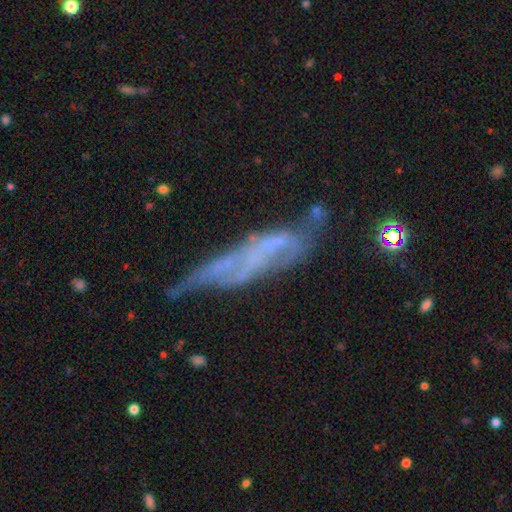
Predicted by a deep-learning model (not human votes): This is likely a featured or disk galaxy (62%). It is possibly not viewed edge-on (55%). Merging: marginally none (45%).